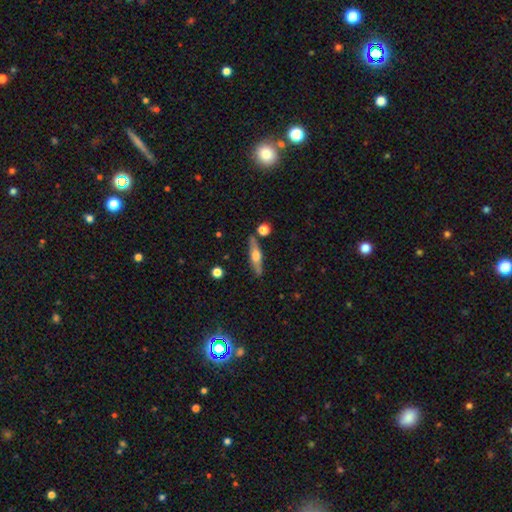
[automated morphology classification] A featured or disk galaxy (55%) viewed edge-on (91%).

Vote fractions:
- Smooth or featured? featured or disk: 55% / smooth: 39% / star or artifact: 6%
- Edge-on disk? yes: 91% / no: 9%
- Merging? none: 82% / minor disturbance: 10% / merger: 5% / major disturbance: 2%